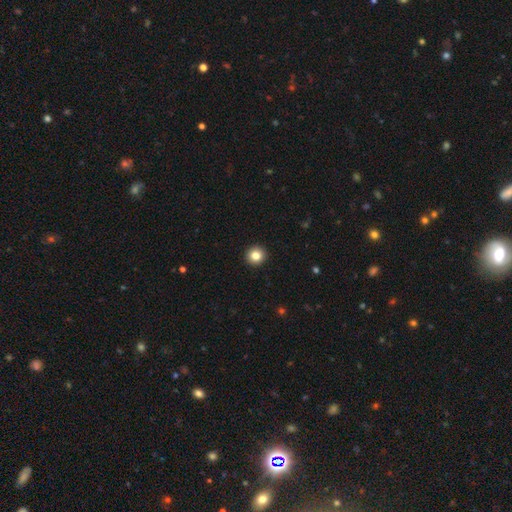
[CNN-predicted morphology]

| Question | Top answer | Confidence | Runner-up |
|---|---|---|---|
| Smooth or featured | smooth | 83% | star or artifact (10%) |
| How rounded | round | 94% | in between (5%) |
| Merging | none | 94% | minor disturbance (4%) |